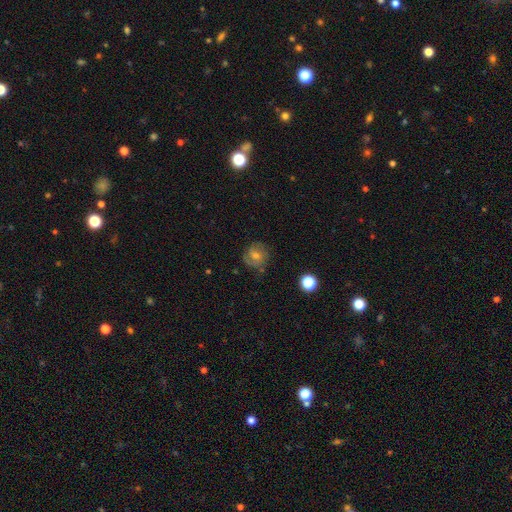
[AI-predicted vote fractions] This is possibly a featured or disk galaxy (46%). Merging: likely none (74%).